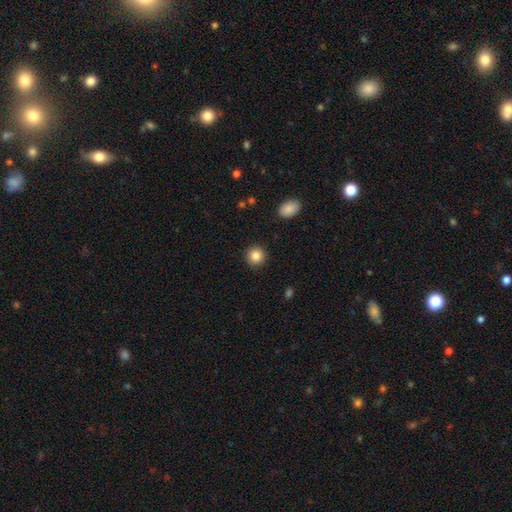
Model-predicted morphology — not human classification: Smooth or featured: smooth — 85% (star or artifact — 9%)
How rounded: round — 92% (in between — 7%)
Merging: none — 91% (minor disturbance — 5%)